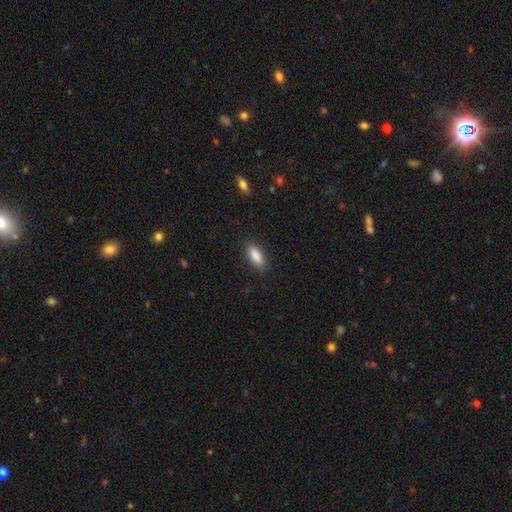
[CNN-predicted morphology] Q: Smooth or featured?
A: smooth (89%); runner-up: star or artifact (7%)
Q: How rounded?
A: in between (83%); runner-up: cigar-shaped (15%)
Q: Merging?
A: none (87%); runner-up: minor disturbance (9%)